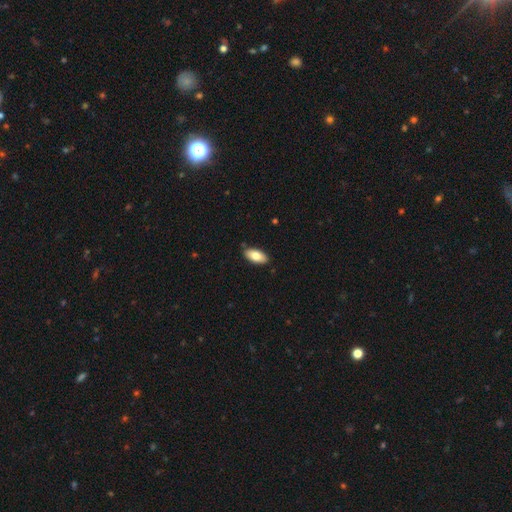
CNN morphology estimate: Smooth or featured? smooth (82%)
How rounded? in between (92%)
Merging? none (86%)